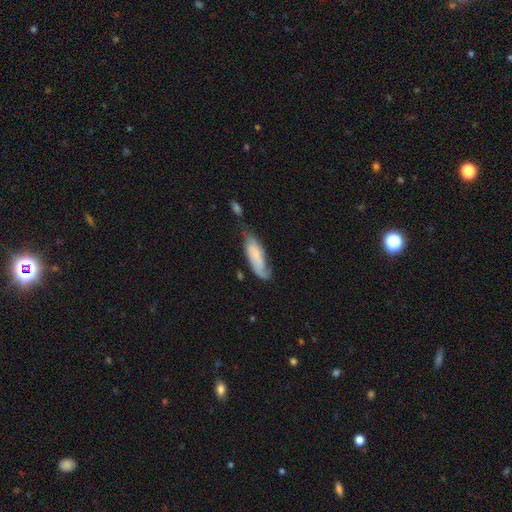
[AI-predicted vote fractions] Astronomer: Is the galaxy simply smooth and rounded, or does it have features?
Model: smooth — 49% (runner-up: featured or disk, 44%).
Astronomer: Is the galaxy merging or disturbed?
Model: none — 38% (runner-up: minor disturbance, 32%).